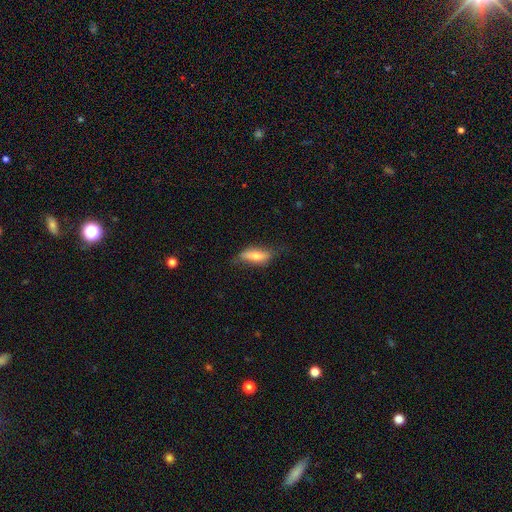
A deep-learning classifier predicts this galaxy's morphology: A smooth galaxy with no disk features (68%) that is in between round and cigar-shaped (66%).

Vote fractions:
- Smooth or featured? smooth: 68% / featured or disk: 26% / star or artifact: 6%
- How rounded? in between: 66% / cigar-shaped: 31% / round: 3%
- Merging? none: 64% / minor disturbance: 27% / major disturbance: 8% / merger: 1%